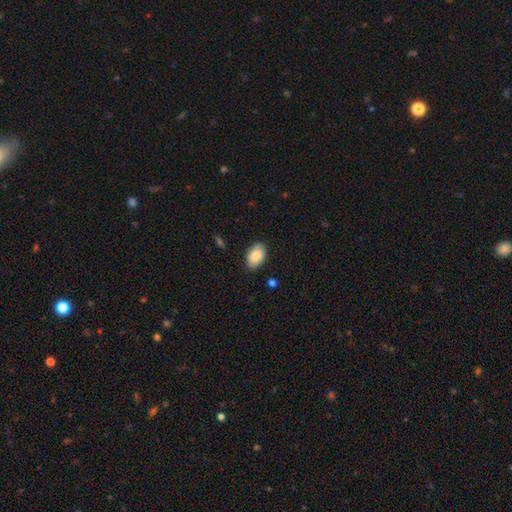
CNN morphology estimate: A smooth galaxy with no disk features (84%) that is in between round and cigar-shaped (92%).

Vote fractions:
- Smooth or featured? smooth: 84% / featured or disk: 10% / star or artifact: 6%
- How rounded? in between: 92% / round: 7% / cigar-shaped: 1%
- Merging? none: 84% / minor disturbance: 13% / major disturbance: 2% / merger: 1%